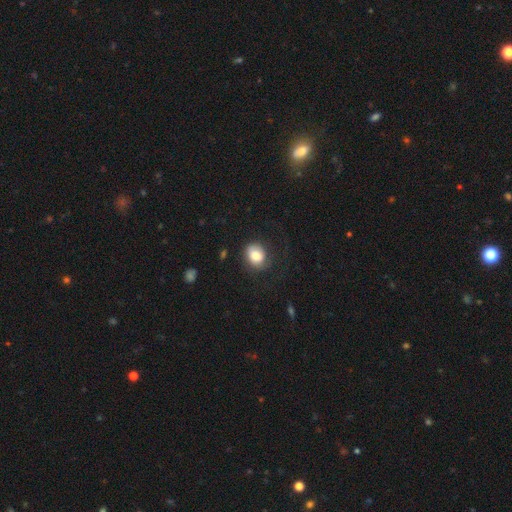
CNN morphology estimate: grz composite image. It shows a smooth galaxy with no disk features (81%) that is round (55%). Merging: none (68%).